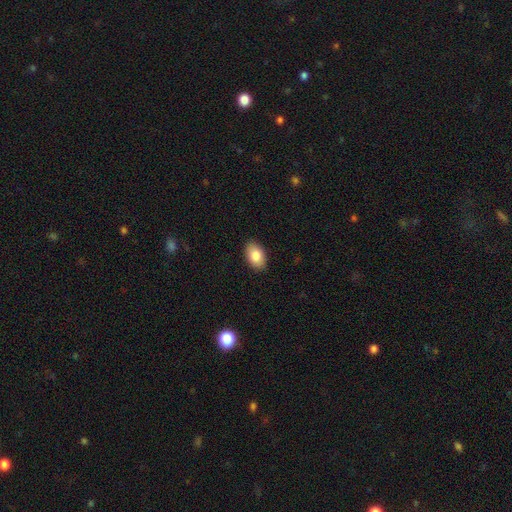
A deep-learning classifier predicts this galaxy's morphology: The model was most divided on "smooth or featured": smooth: 84%, featured or disk: 9%, star or artifact: 7%. More confident: how rounded — in between (91%); merging — none (89%).